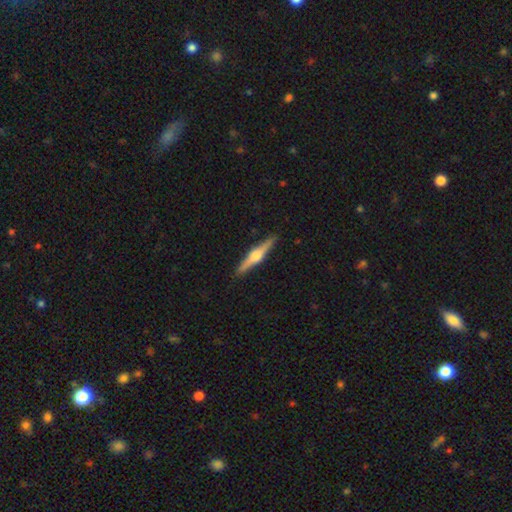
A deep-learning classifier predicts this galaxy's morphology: A featured or disk galaxy (76%) viewed edge-on (98%) with a rounded central bulge (93%). Merging: none (91%).